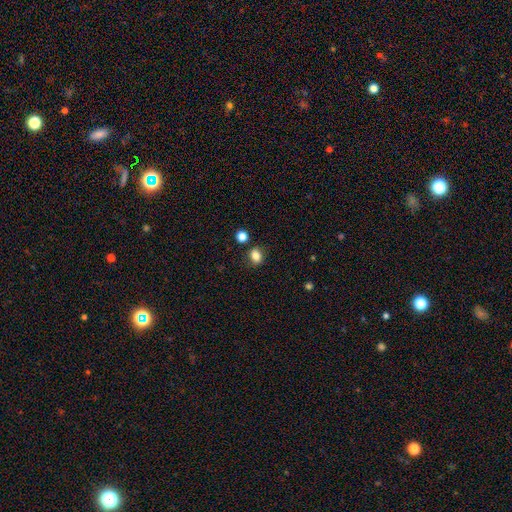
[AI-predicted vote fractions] Smooth or featured? smooth (82%)
How rounded? round (50%)
Merging? none (78%)